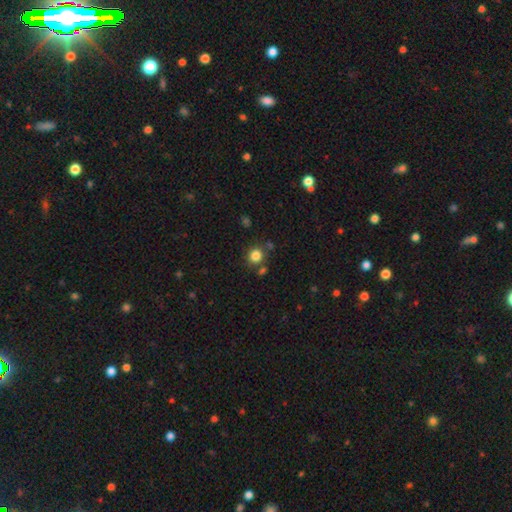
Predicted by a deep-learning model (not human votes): The model was most divided on "merging": none: 77%, minor disturbance: 10%, merger: 9%, major disturbance: 4%. More confident: how rounded — round (84%); smooth or featured — smooth (83%).